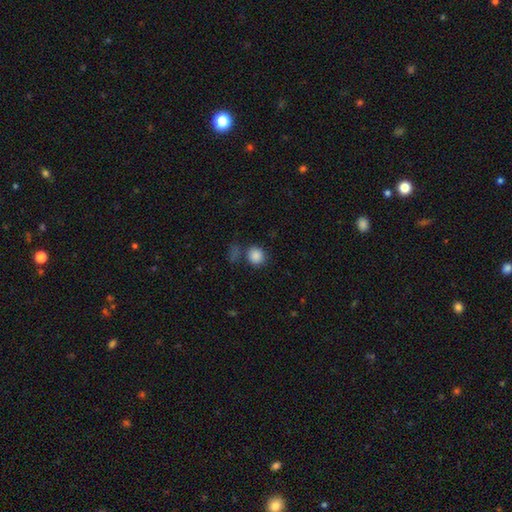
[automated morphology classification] type=smooth (86%); roundness=round (85%); merging=none (71%).